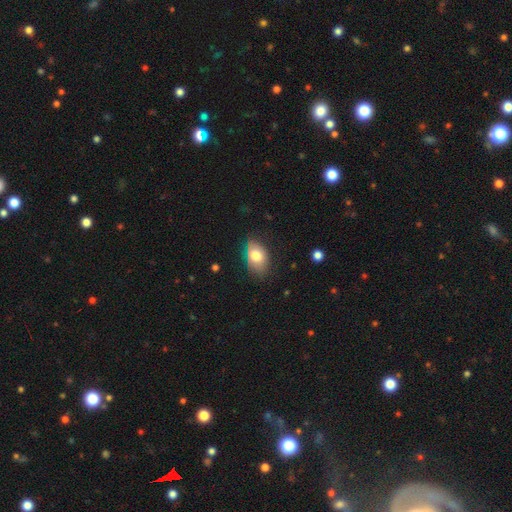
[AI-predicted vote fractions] smooth_or_featured: smooth (p=0.74) [alt: featured or disk p=0.18]
how_rounded: in between (p=0.87) [alt: round p=0.11]
merging: none (p=0.67) [alt: minor disturbance p=0.25]